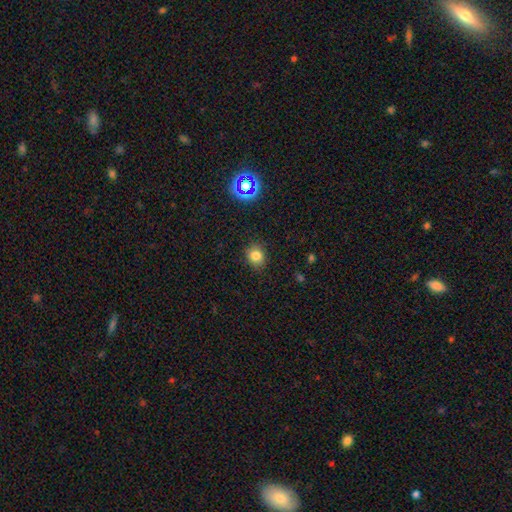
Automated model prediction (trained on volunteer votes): Overall: smooth (79%). How rounded: round (72%). Merging: none (85%).